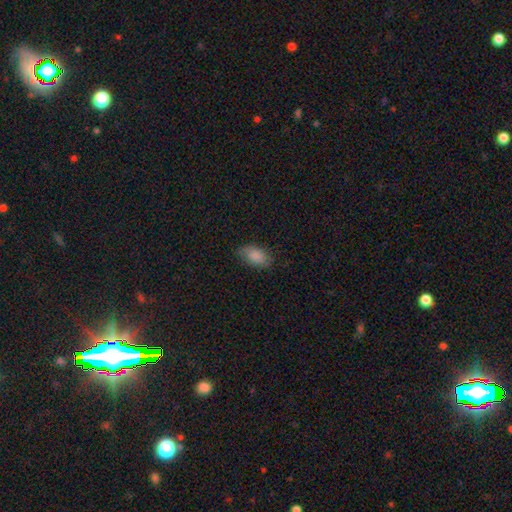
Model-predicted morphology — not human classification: Overall: smooth (85%). How rounded: in between (93%). Merging: none (77%).